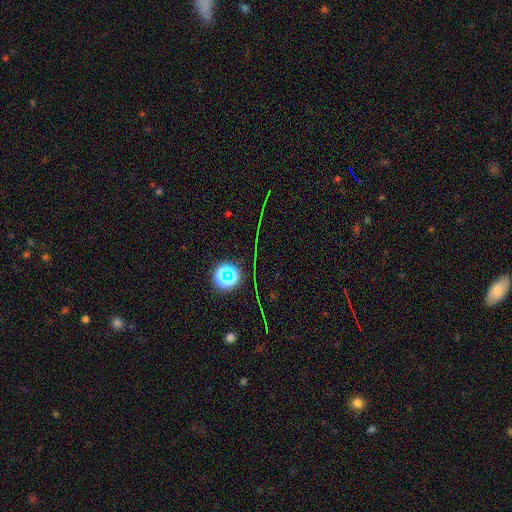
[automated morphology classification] type=star or artifact (79%).